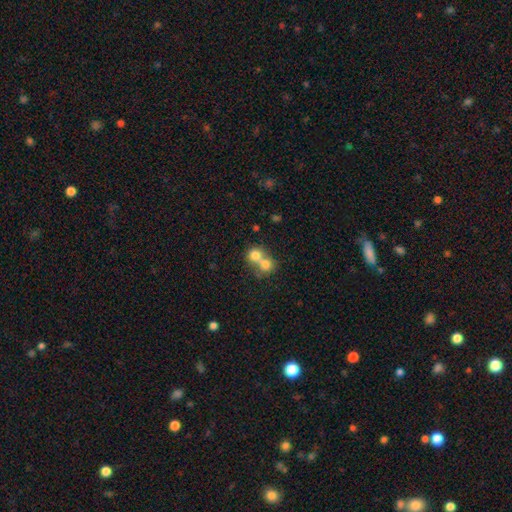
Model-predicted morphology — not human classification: A smooth galaxy with no disk features (71%) that is round (76%). Merging: merger (69%).